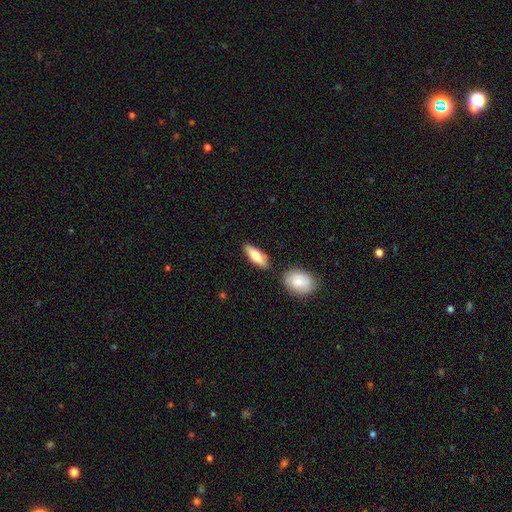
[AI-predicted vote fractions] A smooth galaxy with no disk features (67%) that is in between round and cigar-shaped (64%). Merging: none (80%).